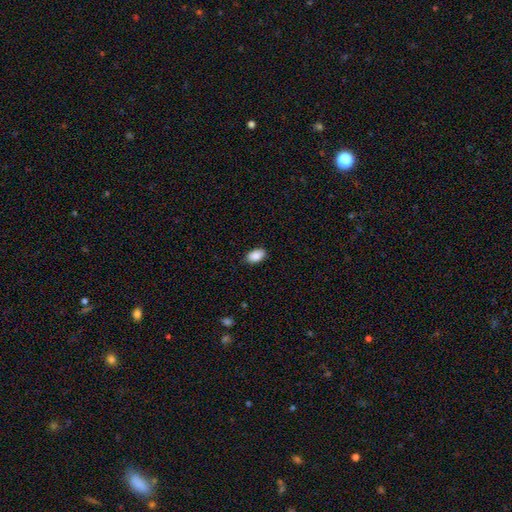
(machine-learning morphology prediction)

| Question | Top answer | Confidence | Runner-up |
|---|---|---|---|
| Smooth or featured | smooth | 89% | star or artifact (7%) |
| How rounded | in between | 93% | round (5%) |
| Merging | none | 86% | minor disturbance (11%) |